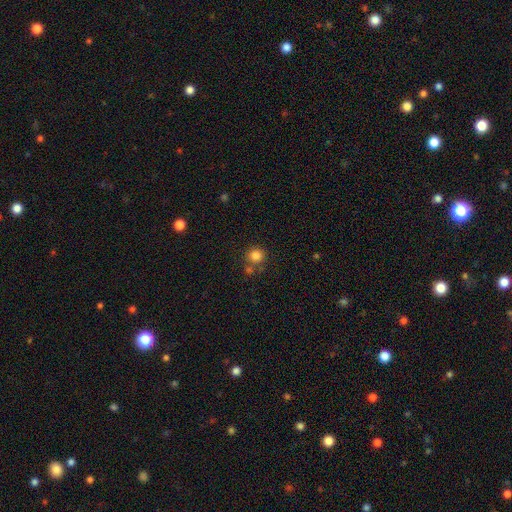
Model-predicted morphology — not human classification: Q: Smooth or featured?
A: smooth (83%); runner-up: star or artifact (12%)
Q: How rounded?
A: round (91%); runner-up: in between (8%)
Q: Merging?
A: none (71%); runner-up: merger (15%)